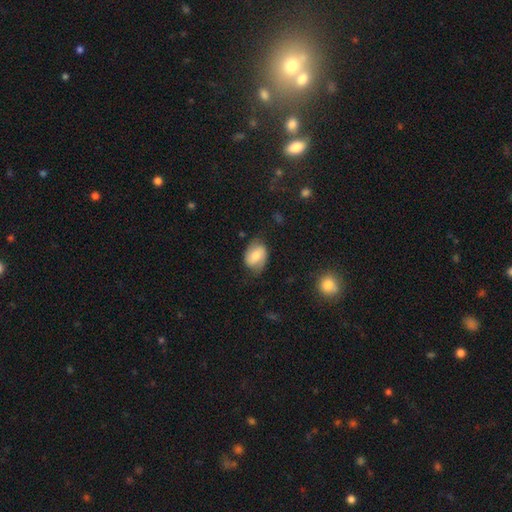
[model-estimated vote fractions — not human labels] smooth_or_featured: smooth (p=0.50) [alt: featured or disk p=0.42]
how_rounded: in between (p=0.76) [alt: round p=0.23]
merging: none (p=0.67) [alt: minor disturbance p=0.23]